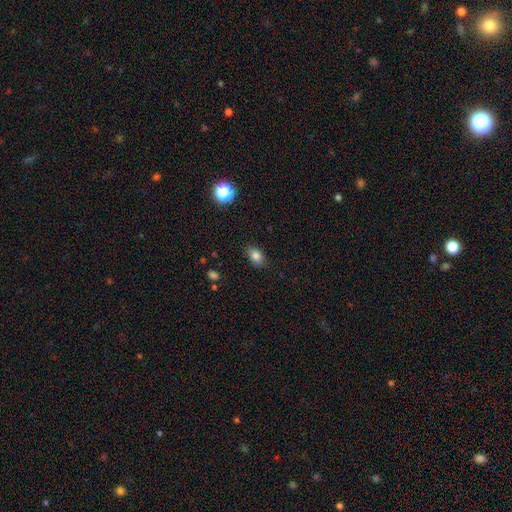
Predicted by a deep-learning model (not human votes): A smooth galaxy with no disk features (81%) that is in between round and cigar-shaped (82%).

Vote fractions:
- Smooth or featured? smooth: 81% / star or artifact: 11% / featured or disk: 8%
- How rounded? in between: 82% / round: 16% / cigar-shaped: 2%
- Merging? none: 85% / minor disturbance: 12% / major disturbance: 3% / merger: 1%